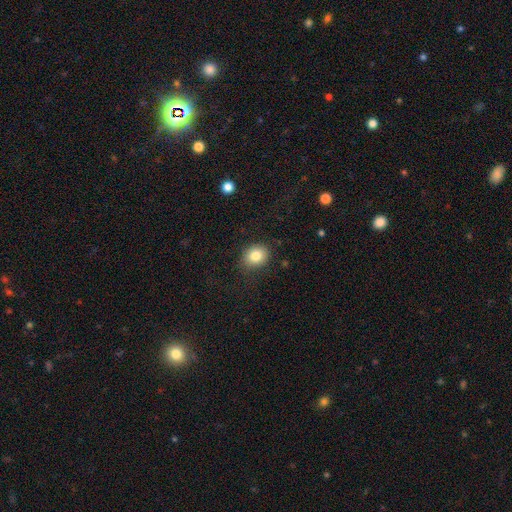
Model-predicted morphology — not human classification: Smooth or featured? Predicted: smooth (p=0.83). How rounded? Predicted: round (p=0.56). Merging? Predicted: none (p=0.82).